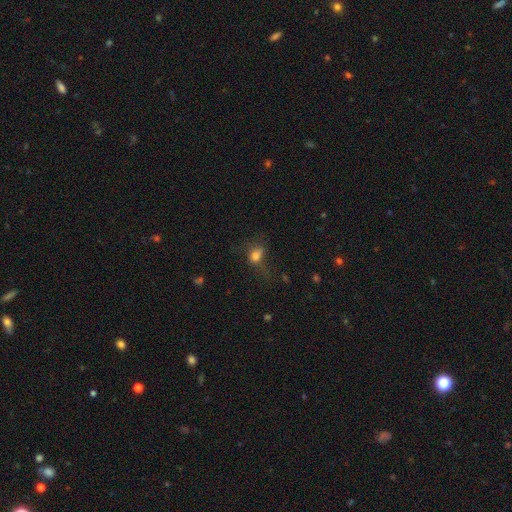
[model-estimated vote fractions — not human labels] Morphology: type=smooth (70%); roundness=in between (62%); merging=none (38%).